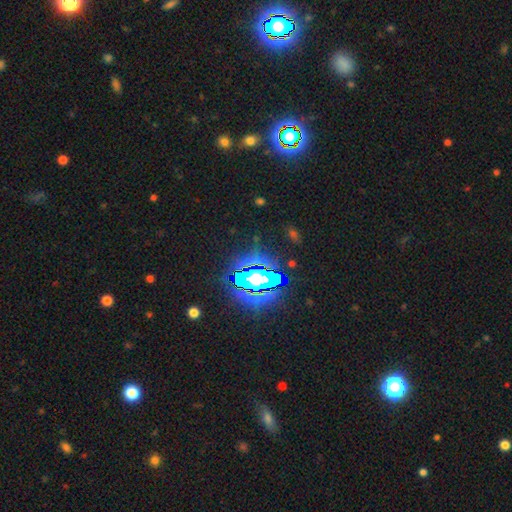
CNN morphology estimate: A star or artifact, not a galaxy (74%).